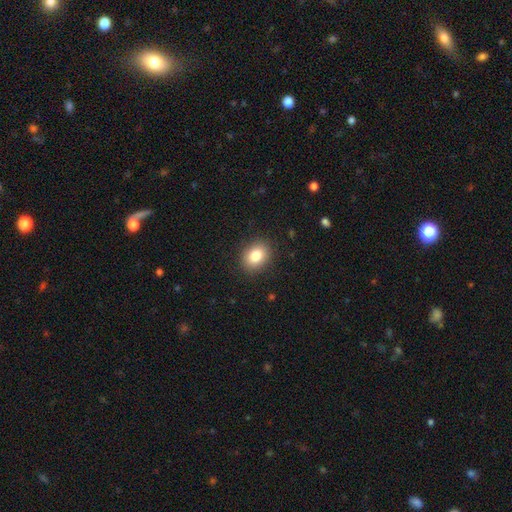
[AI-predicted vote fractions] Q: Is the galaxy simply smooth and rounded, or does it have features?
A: smooth — 84%.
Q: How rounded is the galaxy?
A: in between — 56%.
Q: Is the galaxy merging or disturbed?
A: none — 89%.